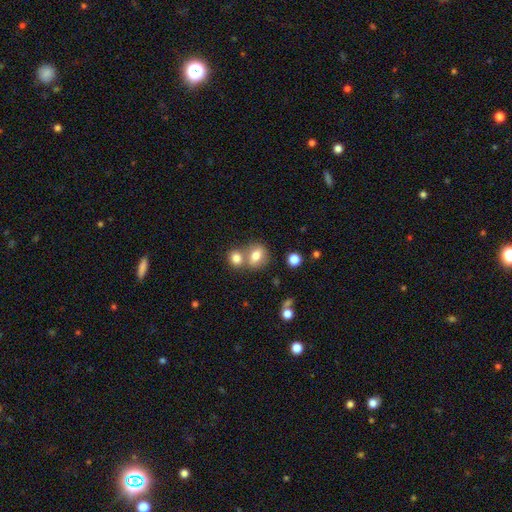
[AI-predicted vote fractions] Smooth or featured?
  - smooth: 76% *
  - featured or disk: 15%
  - star or artifact: 9%
How rounded?
  - in between: 58% *
  - round: 40%
  - cigar-shaped: 2%
Merging?
  - none: 45% *
  - merger: 41%
  - minor disturbance: 10%
  - major disturbance: 4%